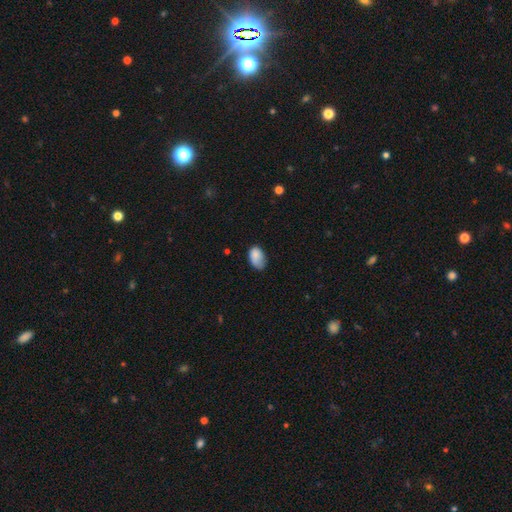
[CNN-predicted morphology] A smooth galaxy with no disk features (84%) that is in between round and cigar-shaped (89%). Merging: none (52%).